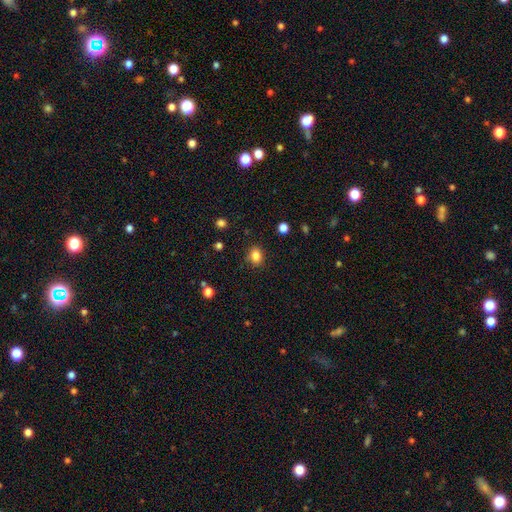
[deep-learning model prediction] smooth-or-featured: smooth: 84% | star or artifact: 11% | featured or disk: 5%
  how-rounded: round: 54% | in between: 45% | cigar-shaped: 1%
  merging: none: 85% | minor disturbance: 11% | major disturbance: 3% | merger: 2%